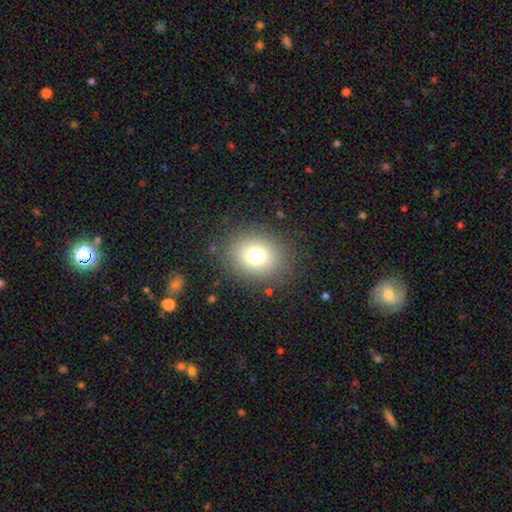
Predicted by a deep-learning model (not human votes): Smooth or featured? Predicted: smooth (p=0.74). How rounded? Predicted: round (p=0.60). Merging? Predicted: none (p=0.85).